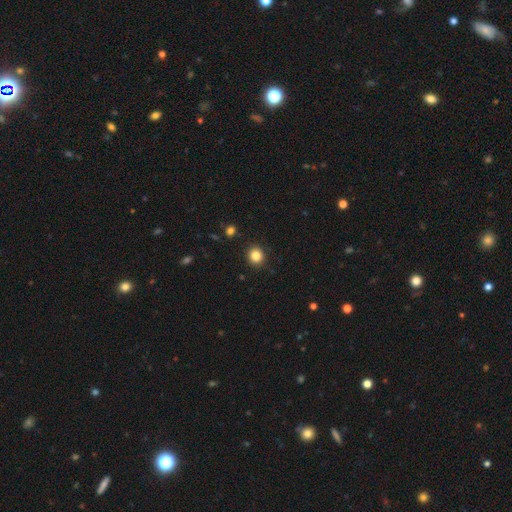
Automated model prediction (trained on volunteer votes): This is clearly a smooth galaxy (85%). How rounded: clearly round (88%). Merging: clearly none (91%).